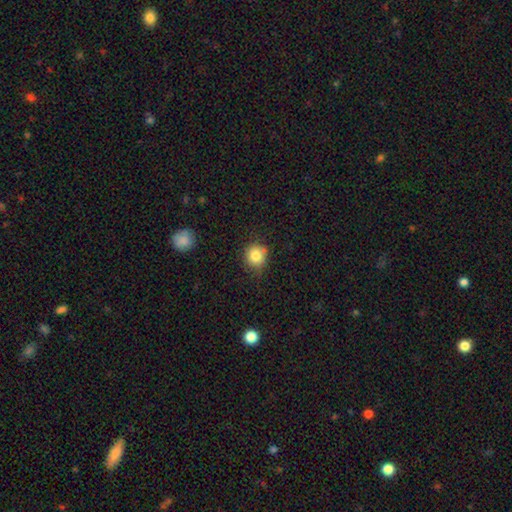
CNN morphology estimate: Q: Smooth or featured?
A: smooth (83%); runner-up: star or artifact (10%)
Q: How rounded?
A: round (86%); runner-up: in between (13%)
Q: Merging?
A: none (73%); runner-up: minor disturbance (21%)